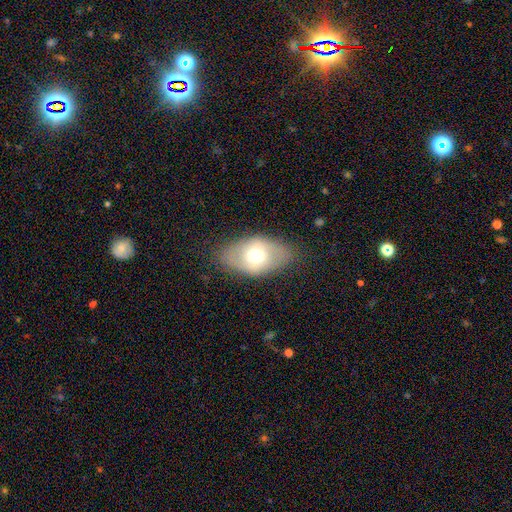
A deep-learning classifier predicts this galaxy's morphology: This appears to be a smooth galaxy with no disk features (57%) that is in between round and cigar-shaped (90%). Merging: none (76%).